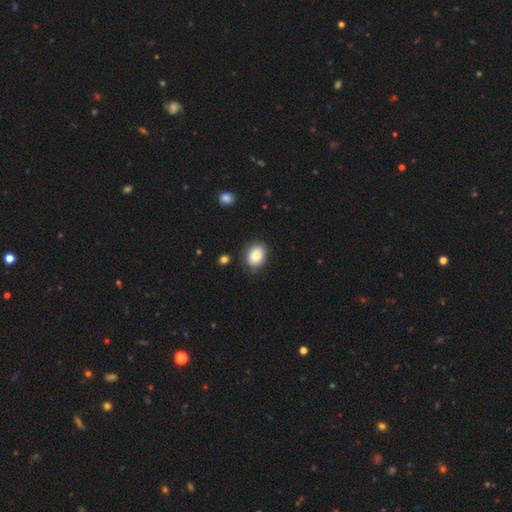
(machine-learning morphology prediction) Smooth or featured: smooth — 86% (star or artifact — 8%)
How rounded: in between — 68% (round — 31%)
Merging: none — 82% (minor disturbance — 13%)